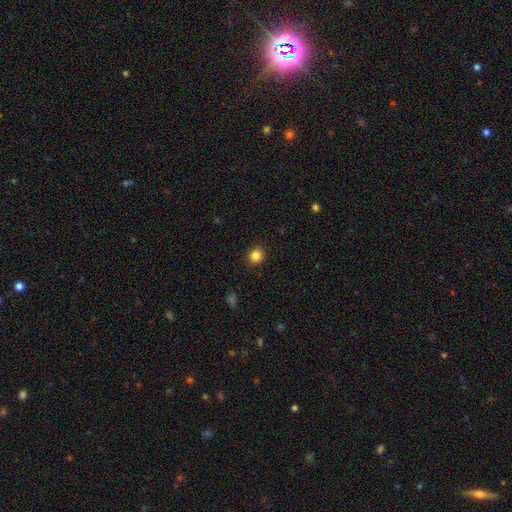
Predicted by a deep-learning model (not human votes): smooth-or-featured: smooth: 83% | star or artifact: 12% | featured or disk: 5%
  how-rounded: round: 90% | in between: 9% | cigar-shaped: 1%
  merging: none: 92% | minor disturbance: 5% | major disturbance: 2% | merger: 1%